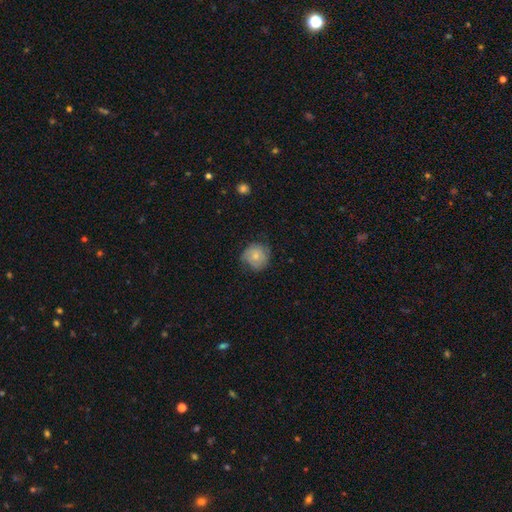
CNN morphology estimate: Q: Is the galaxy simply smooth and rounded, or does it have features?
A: smooth — 60%.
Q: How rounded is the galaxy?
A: round — 87%.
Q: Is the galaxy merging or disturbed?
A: none — 64%.